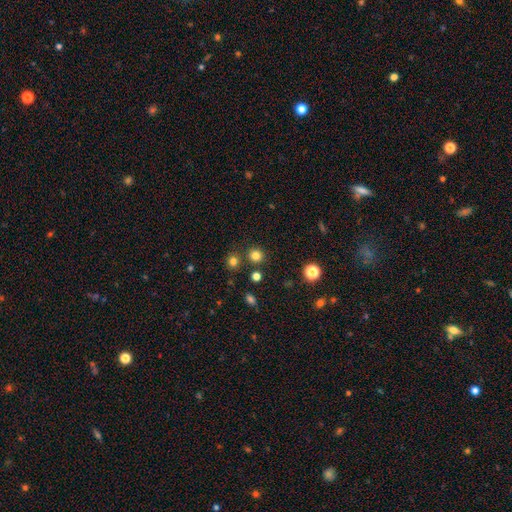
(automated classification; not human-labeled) Smooth or featured? Predicted: smooth (p=0.80). How rounded? Predicted: round (p=0.91). Merging? Predicted: none (p=0.83).